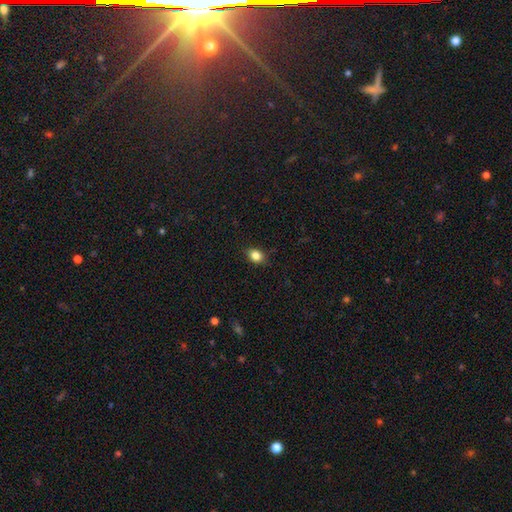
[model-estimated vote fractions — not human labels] Overall: smooth (83%). How rounded: in between (62%; round 37%). Merging: none (84%).